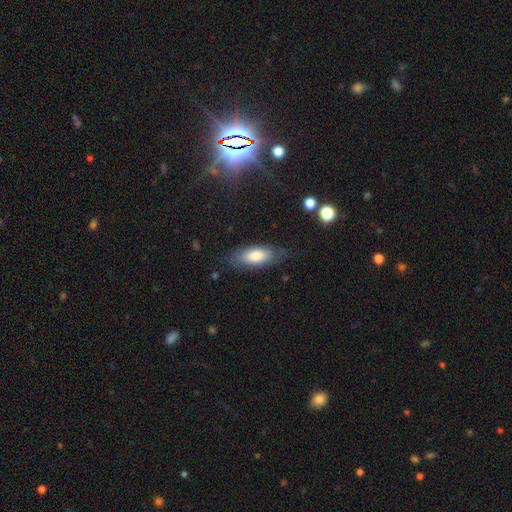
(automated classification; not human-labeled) Q: Smooth or featured?
A: smooth (76%); runner-up: featured or disk (18%)
Q: How rounded?
A: in between (82%); runner-up: cigar-shaped (15%)
Q: Merging?
A: none (74%); runner-up: minor disturbance (19%)